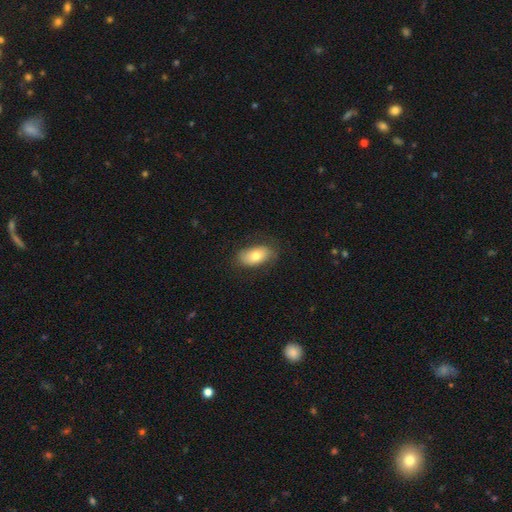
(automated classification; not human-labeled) smooth 77%, featured or disk 17%, star or artifact 7%. Down the decision tree: how rounded — in between (92%); merging — none (79%).